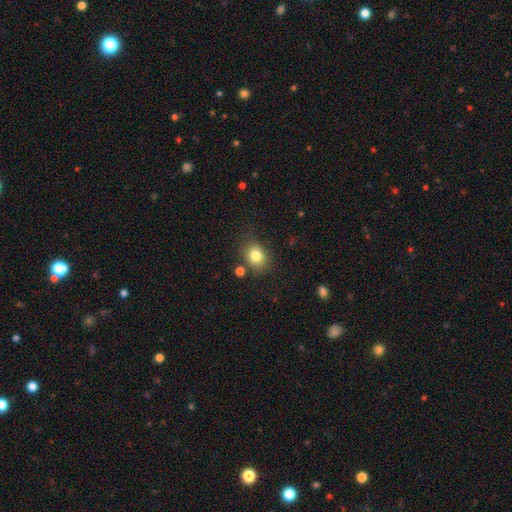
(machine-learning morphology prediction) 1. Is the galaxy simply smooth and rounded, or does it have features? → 82% smooth, 10% star or artifact, 8% featured or disk.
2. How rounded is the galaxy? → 54% round, 45% in between, 1% cigar-shaped.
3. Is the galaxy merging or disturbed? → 78% none, 12% minor disturbance, 6% merger, 4% major disturbance.